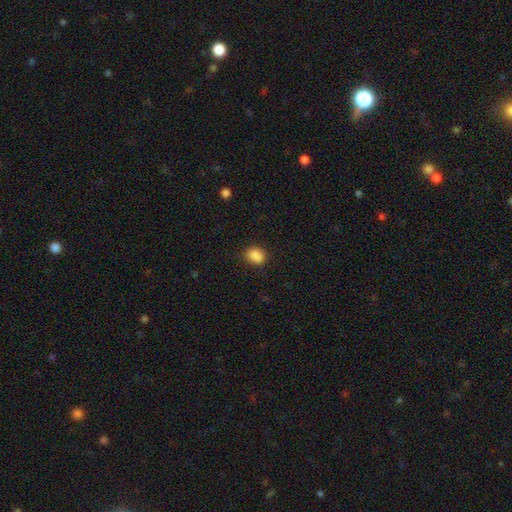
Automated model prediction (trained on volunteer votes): Overall: smooth (88%). How rounded: in between (67%; round 31%). Merging: none (81%).